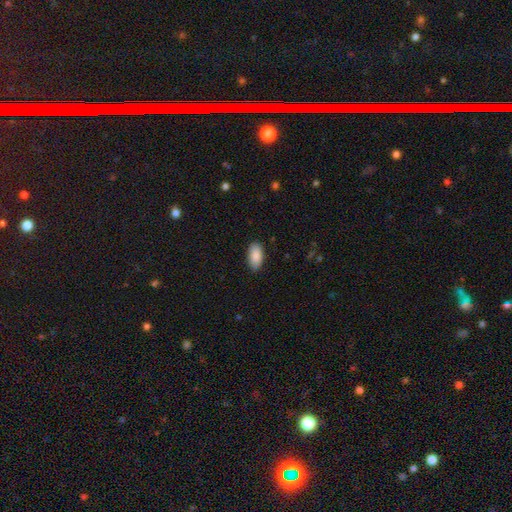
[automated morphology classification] Overall: smooth (90%). How rounded: in between (93%). Merging: none (84%).